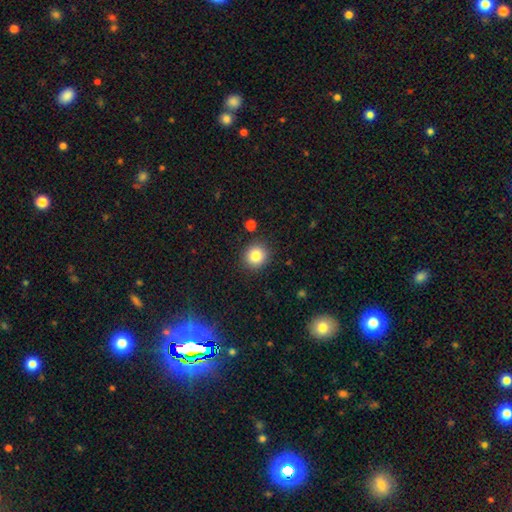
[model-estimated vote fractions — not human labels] Smooth or featured?
  - smooth: 83% *
  - star or artifact: 11%
  - featured or disk: 6%
How rounded?
  - round: 90% *
  - in between: 9%
  - cigar-shaped: 1%
Merging?
  - none: 89% *
  - minor disturbance: 7%
  - major disturbance: 2%
  - merger: 2%